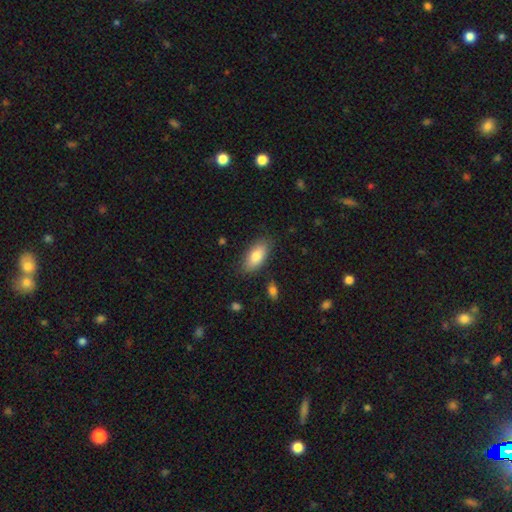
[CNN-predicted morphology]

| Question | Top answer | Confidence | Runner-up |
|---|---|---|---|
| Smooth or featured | smooth | 81% | featured or disk (13%) |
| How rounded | in between | 88% | cigar-shaped (9%) |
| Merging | none | 83% | minor disturbance (12%) |